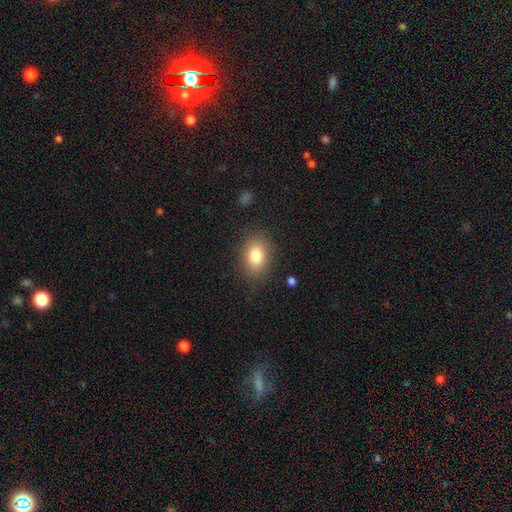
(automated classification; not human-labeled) The model was most divided on "how rounded": in between: 74%, round: 25%, cigar-shaped: 1%. More confident: merging — none (85%); smooth or featured — smooth (82%).